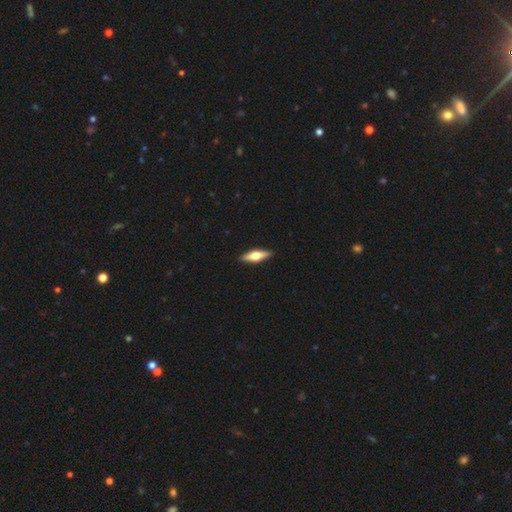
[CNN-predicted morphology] The model was most divided on "smooth or featured": featured or disk: 49%, smooth: 46%, star or artifact: 5%. More confident: merging — none (91%).